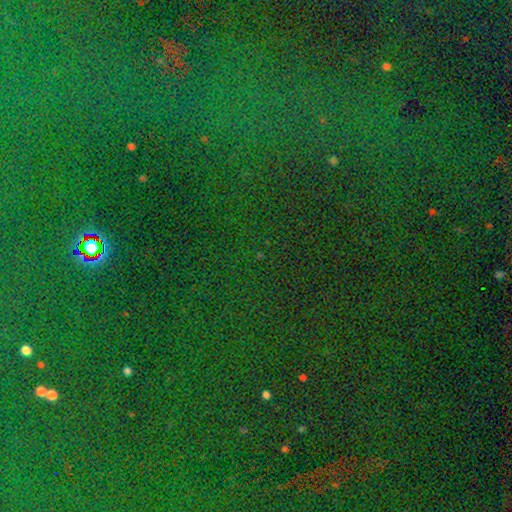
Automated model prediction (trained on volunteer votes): smooth_or_featured: star or artifact (p=0.81) [alt: smooth p=0.10]